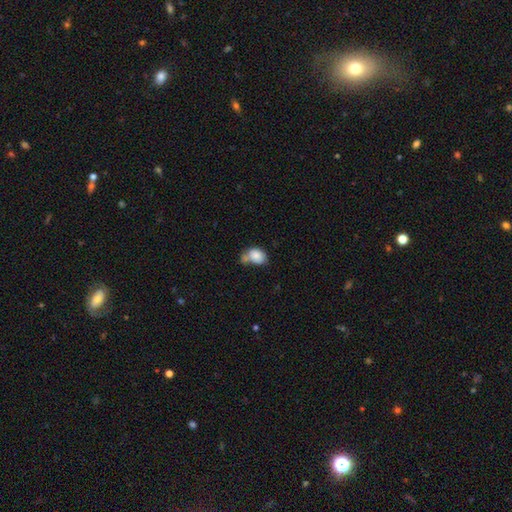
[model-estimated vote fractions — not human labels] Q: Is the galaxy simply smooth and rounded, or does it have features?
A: smooth — 82%.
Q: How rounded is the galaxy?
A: in between — 72%.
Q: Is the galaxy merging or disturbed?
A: none — 33%.